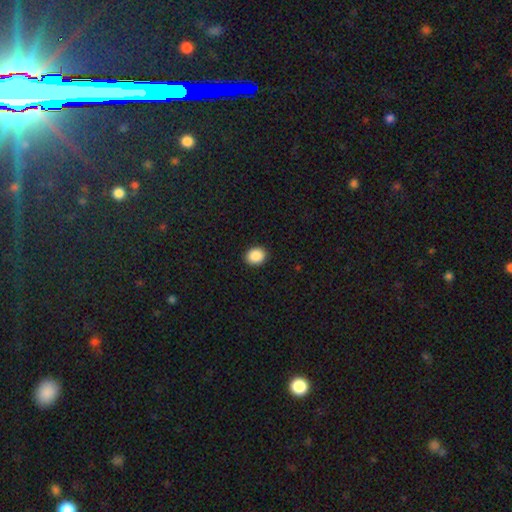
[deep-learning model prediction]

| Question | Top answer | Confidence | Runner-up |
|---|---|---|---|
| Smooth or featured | smooth | 89% | star or artifact (8%) |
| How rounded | round | 62% | in between (37%) |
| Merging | none | 92% | minor disturbance (5%) |